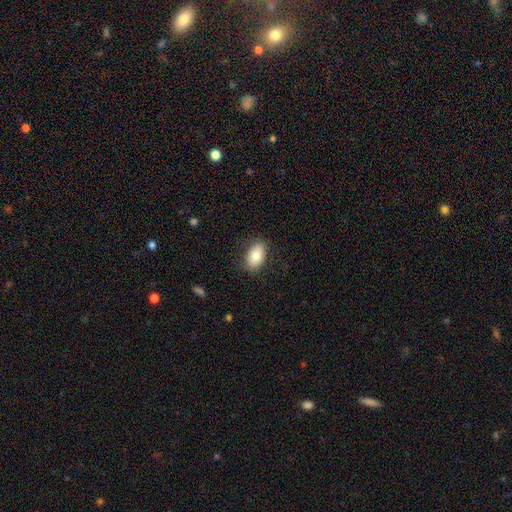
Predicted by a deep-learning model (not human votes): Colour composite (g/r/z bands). It shows a smooth galaxy with no disk features (81%) that is in between round and cigar-shaped (91%). Merging: none (84%).